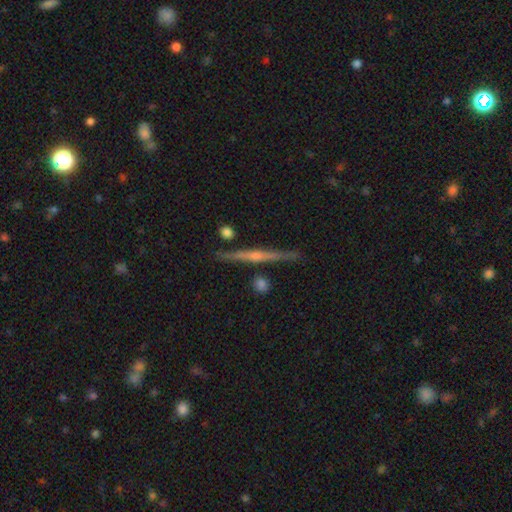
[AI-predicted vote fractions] A featured or disk galaxy (79%) viewed edge-on (98%) with a rounded central bulge (80%). Merging: none (87%).